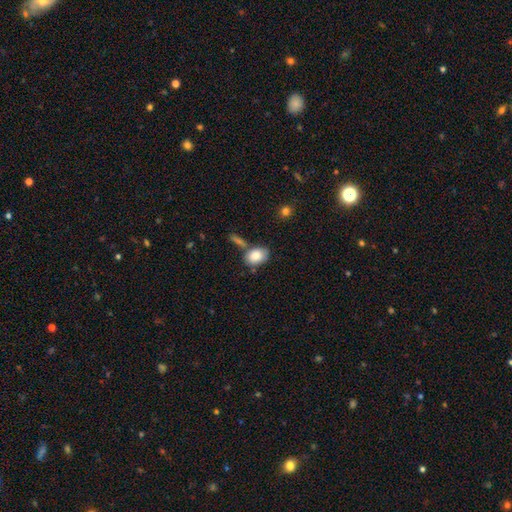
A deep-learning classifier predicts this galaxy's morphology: Overall: smooth (84%). How rounded: in between (79%). Merging: none (55%; merger 20%).